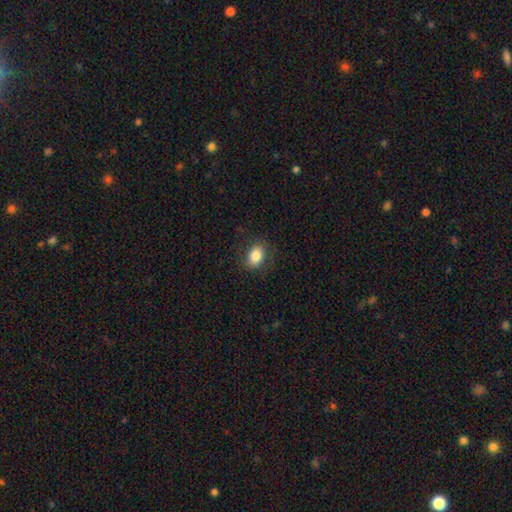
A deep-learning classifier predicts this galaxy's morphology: smooth_or_featured: smooth (p=0.83) [alt: featured or disk p=0.09]
how_rounded: in between (p=0.76) [alt: round p=0.23]
merging: none (p=0.82) [alt: minor disturbance p=0.13]